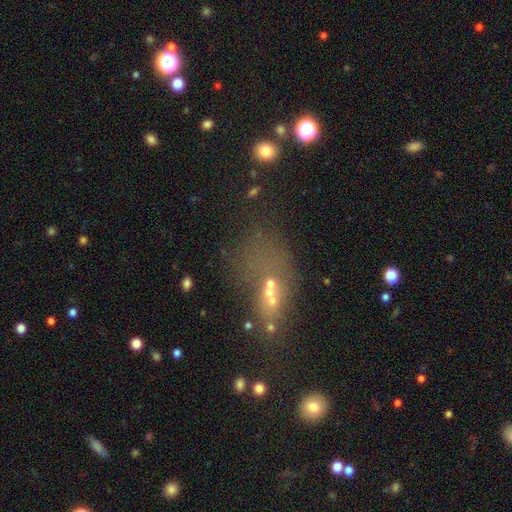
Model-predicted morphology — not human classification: Q: Smooth or featured?
A: smooth (40%); runner-up: star or artifact (34%)
Q: Merging?
A: none (35%); runner-up: major disturbance (30%)